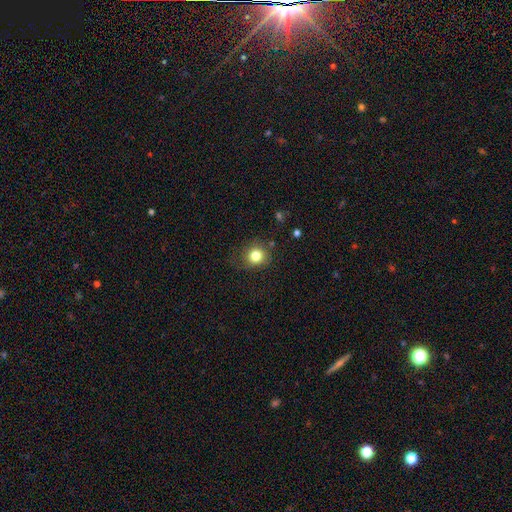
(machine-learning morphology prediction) Smooth or featured: smooth — 81% (star or artifact — 12%)
How rounded: round — 84% (in between — 15%)
Merging: none — 75% (minor disturbance — 17%)